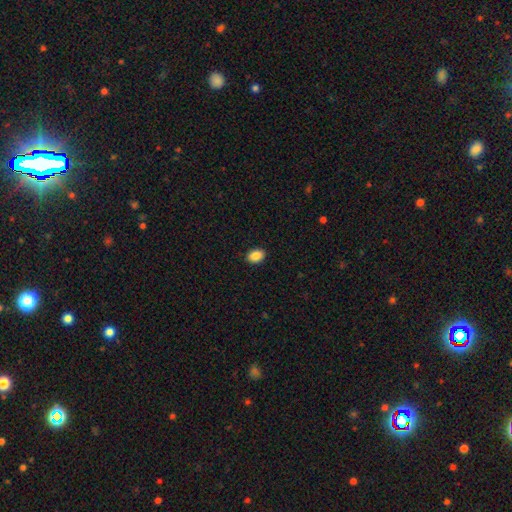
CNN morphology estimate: Smooth or featured: smooth — 88% (star or artifact — 8%)
How rounded: in between — 78% (round — 21%)
Merging: none — 90% (minor disturbance — 7%)